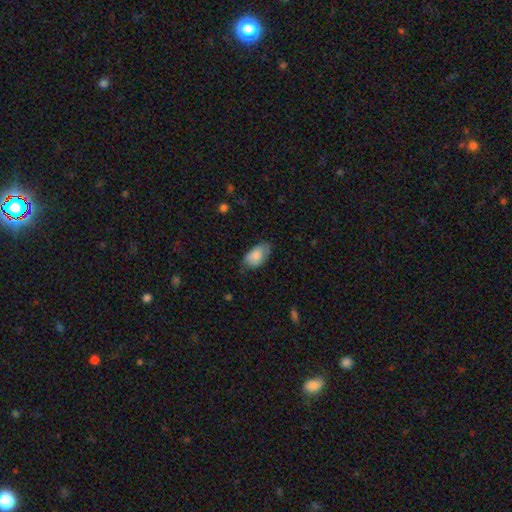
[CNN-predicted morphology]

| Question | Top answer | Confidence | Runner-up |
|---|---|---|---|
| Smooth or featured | smooth | 83% | featured or disk (11%) |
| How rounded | in between | 93% | round (5%) |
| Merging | none | 63% | minor disturbance (29%) |